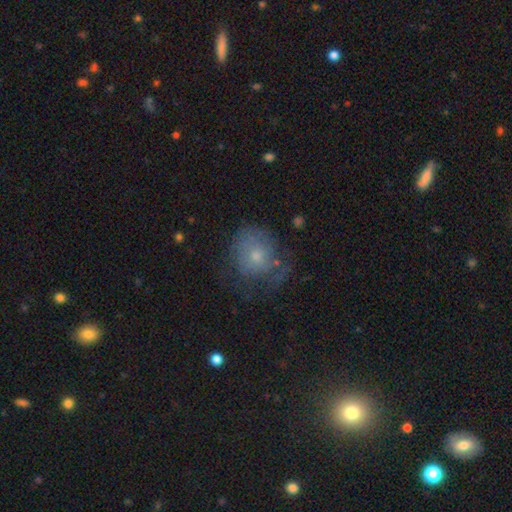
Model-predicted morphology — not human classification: smooth_or_featured: smooth (p=0.57) [alt: featured or disk p=0.30]
how_rounded: round (p=0.74) [alt: in between p=0.25]
merging: none (p=0.49) [alt: minor disturbance p=0.26]